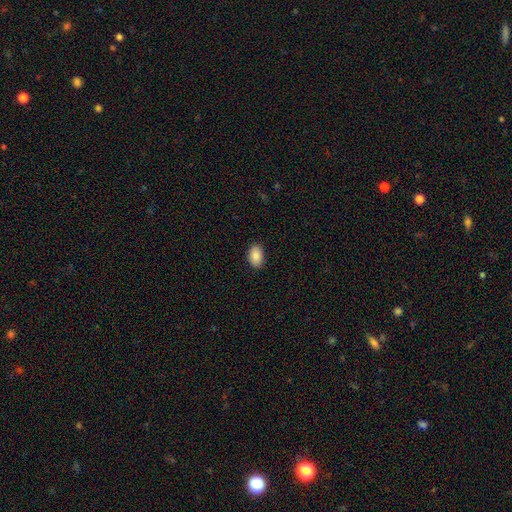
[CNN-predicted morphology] This is clearly a smooth galaxy (88%). How rounded: clearly in between (89%). Merging: clearly none (88%).